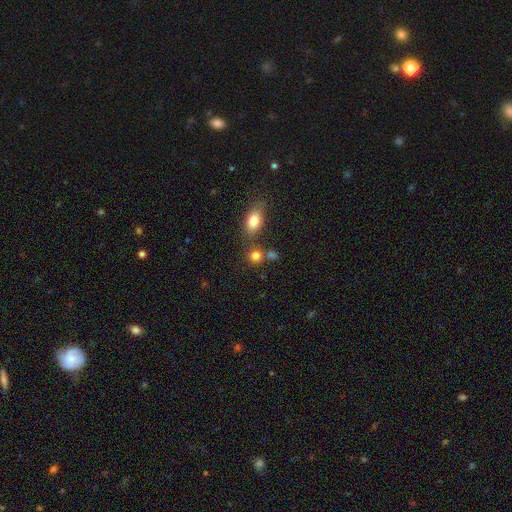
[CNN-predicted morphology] Q: Smooth or featured?
A: smooth (81%); runner-up: star or artifact (12%)
Q: How rounded?
A: round (78%); runner-up: in between (21%)
Q: Merging?
A: none (64%); runner-up: merger (22%)